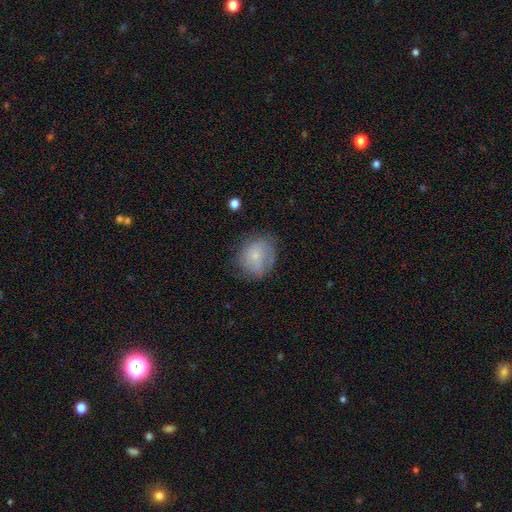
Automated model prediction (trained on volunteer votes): This is likely a smooth galaxy (67%). How rounded: likely round (75%). Merging: likely none (66%).